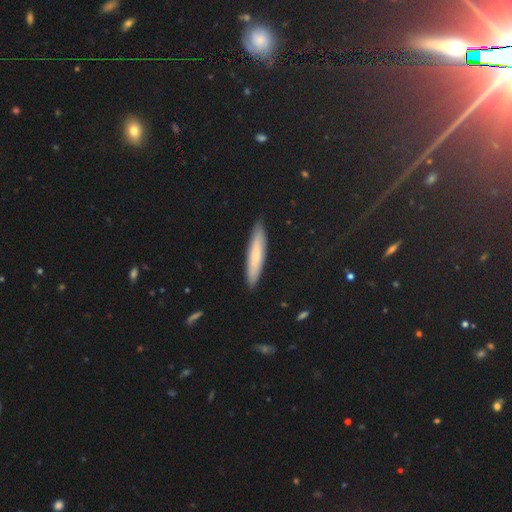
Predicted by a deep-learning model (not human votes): Morphology: type=smooth (64%); roundness=cigar-shaped (86%); merging=none (88%).